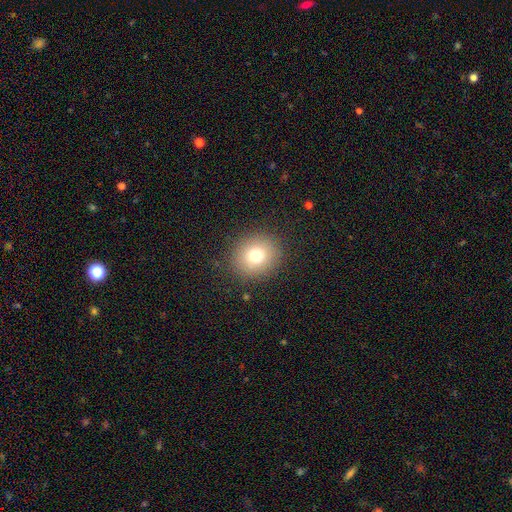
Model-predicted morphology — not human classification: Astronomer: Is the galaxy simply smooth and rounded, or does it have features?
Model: smooth — 76%.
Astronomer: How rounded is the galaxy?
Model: round — 84%.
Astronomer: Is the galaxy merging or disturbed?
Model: none — 88%.